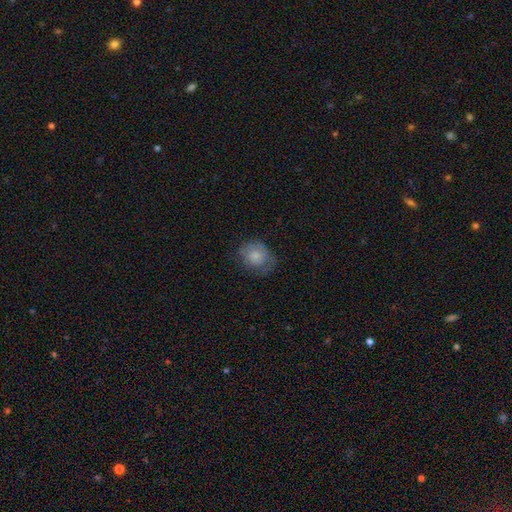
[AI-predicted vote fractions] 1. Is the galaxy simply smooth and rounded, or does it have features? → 74% smooth, 18% featured or disk, 8% star or artifact.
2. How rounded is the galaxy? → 68% round, 31% in between, 1% cigar-shaped.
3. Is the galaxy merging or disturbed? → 56% none, 28% minor disturbance, 14% major disturbance, 1% merger.